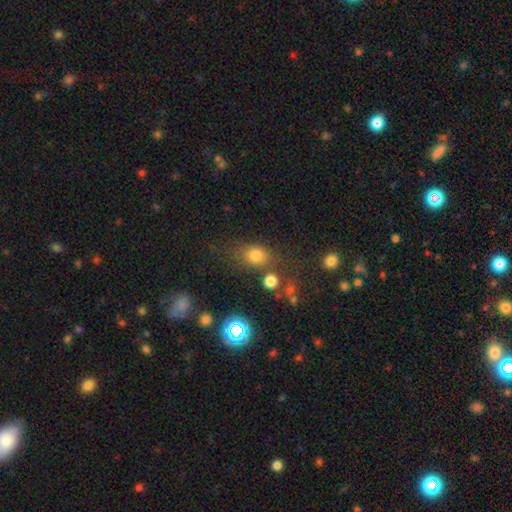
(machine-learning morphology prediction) A smooth galaxy with no disk features (74%) that is round (50%).

Vote fractions:
- Smooth or featured? smooth: 74% / star or artifact: 17% / featured or disk: 9%
- How rounded? round: 50% / in between: 47% / cigar-shaped: 2%
- Merging? none: 63% / minor disturbance: 15% / merger: 13% / major disturbance: 9%